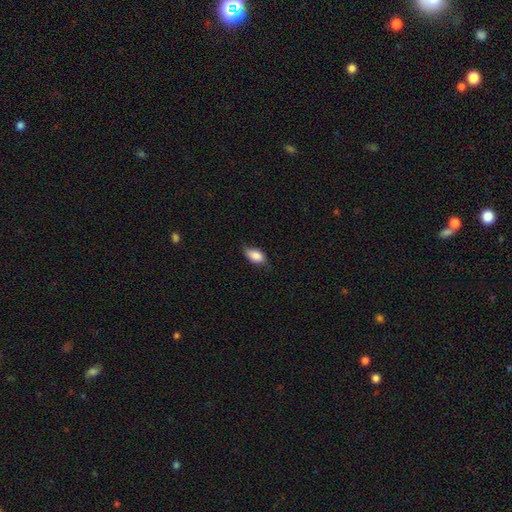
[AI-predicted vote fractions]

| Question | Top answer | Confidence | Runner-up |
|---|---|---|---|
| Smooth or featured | smooth | 85% | featured or disk (8%) |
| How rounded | in between | 90% | round (5%) |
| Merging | none | 67% | minor disturbance (27%) |